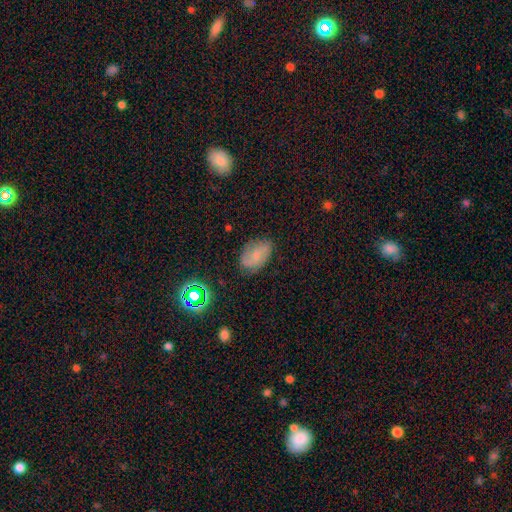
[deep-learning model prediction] smooth_or_featured: smooth (p=0.47) [alt: featured or disk p=0.40]
merging: none (p=0.75) [alt: minor disturbance p=0.19]